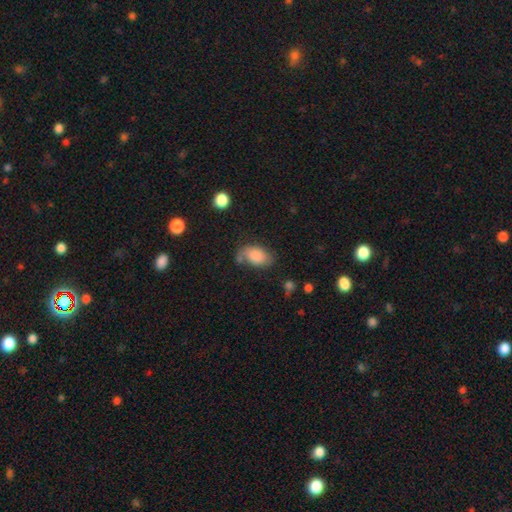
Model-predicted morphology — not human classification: This appears to be a smooth galaxy with no disk features (80%) that is in between round and cigar-shaped (91%). Merging: none (53%).